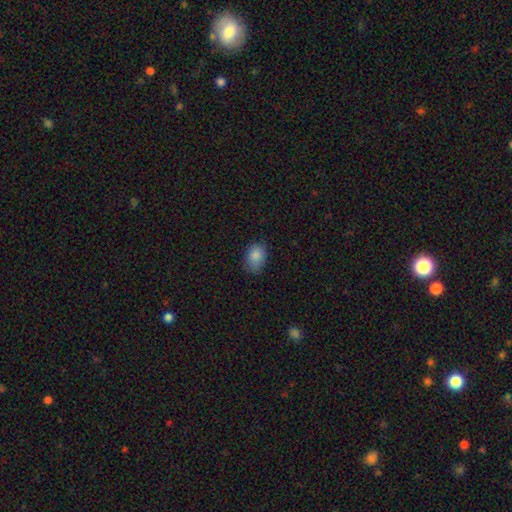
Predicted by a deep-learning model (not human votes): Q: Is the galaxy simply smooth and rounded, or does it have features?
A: smooth — 87%.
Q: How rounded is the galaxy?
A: in between — 77%.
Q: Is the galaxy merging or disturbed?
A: none — 73%.